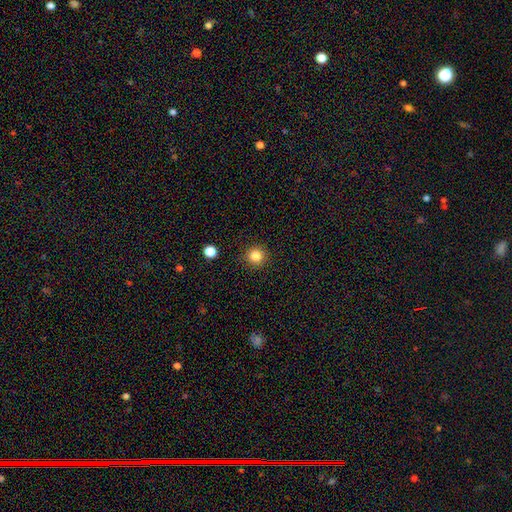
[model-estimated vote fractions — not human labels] Smooth or featured? smooth (84%)
How rounded? round (94%)
Merging? none (91%)